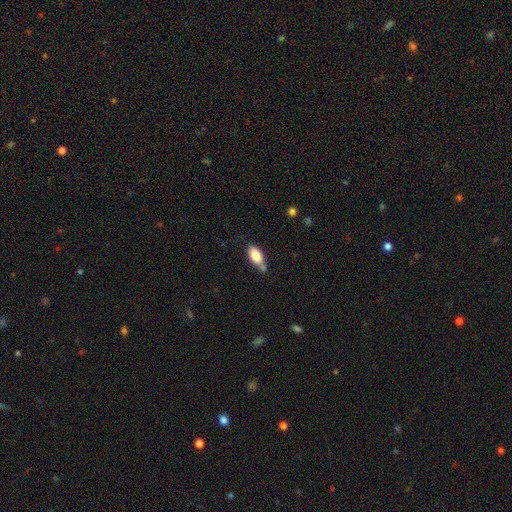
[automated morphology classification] This appears to be a smooth galaxy with no disk features (81%) that is in between round and cigar-shaped (90%). Merging: none (60%).